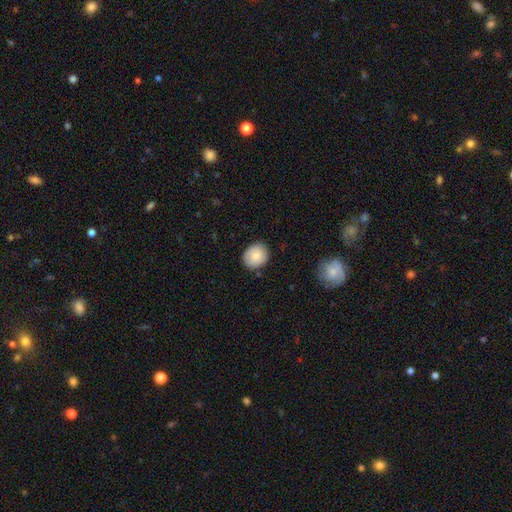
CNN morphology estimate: This is clearly a smooth galaxy (83%). How rounded: likely round (72%). Merging: clearly none (83%).